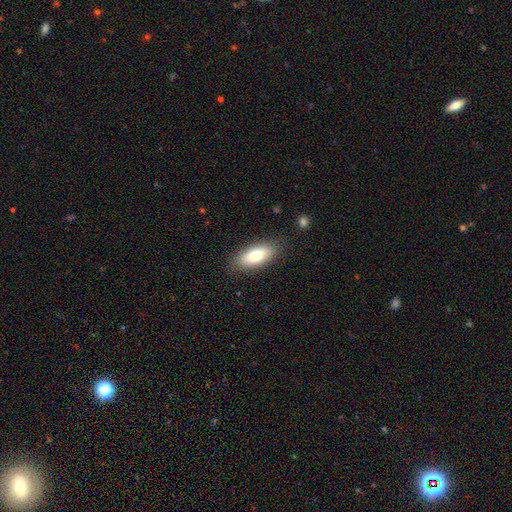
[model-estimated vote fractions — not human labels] Q: Smooth or featured?
A: smooth (74%); runner-up: featured or disk (19%)
Q: How rounded?
A: in between (82%); runner-up: cigar-shaped (15%)
Q: Merging?
A: none (85%); runner-up: minor disturbance (11%)